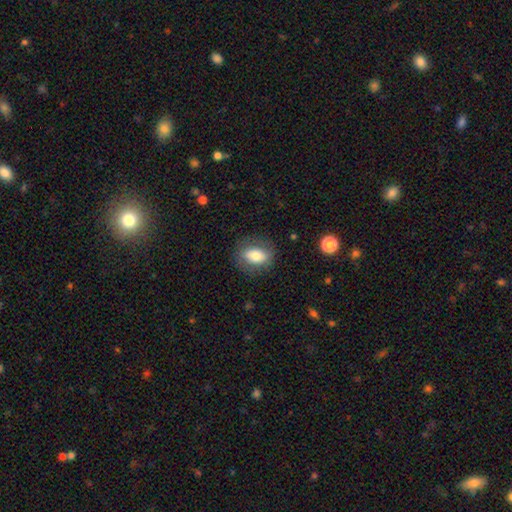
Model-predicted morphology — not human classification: Overall: smooth (73%). How rounded: in between (77%). Merging: none (80%).